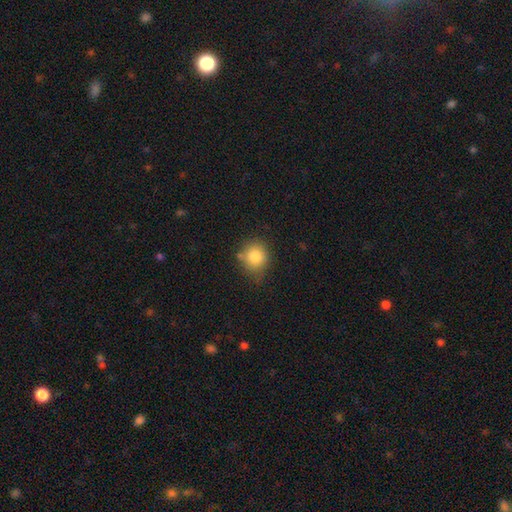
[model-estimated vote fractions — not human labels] Smooth or featured?
  - smooth: 81% *
  - star or artifact: 10%
  - featured or disk: 9%
How rounded?
  - round: 82% *
  - in between: 17%
  - cigar-shaped: 1%
Merging?
  - none: 67% *
  - minor disturbance: 23%
  - major disturbance: 5%
  - merger: 5%